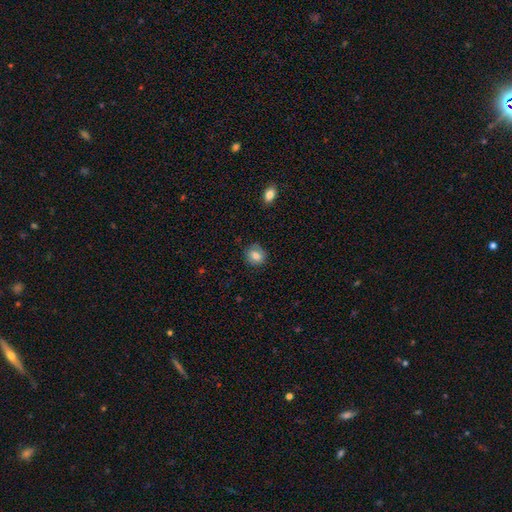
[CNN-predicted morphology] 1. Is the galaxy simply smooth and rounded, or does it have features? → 79% smooth, 12% featured or disk, 9% star or artifact.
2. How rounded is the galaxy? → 70% round, 29% in between, 1% cigar-shaped.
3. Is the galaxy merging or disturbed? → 79% none, 16% minor disturbance, 4% major disturbance, 1% merger.